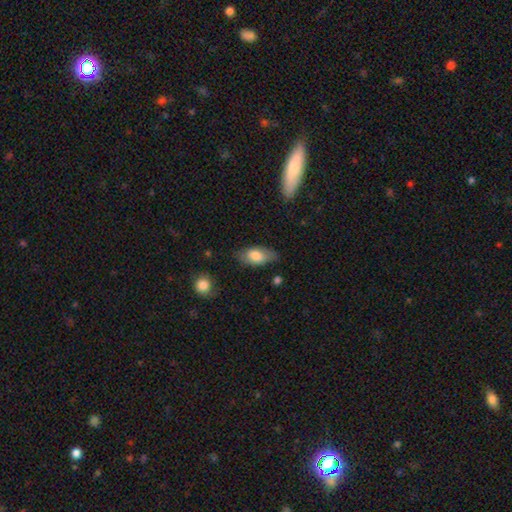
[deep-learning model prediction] Q: Smooth or featured?
A: smooth (75%); runner-up: featured or disk (18%)
Q: How rounded?
A: in between (89%); runner-up: cigar-shaped (7%)
Q: Merging?
A: none (73%); runner-up: minor disturbance (20%)